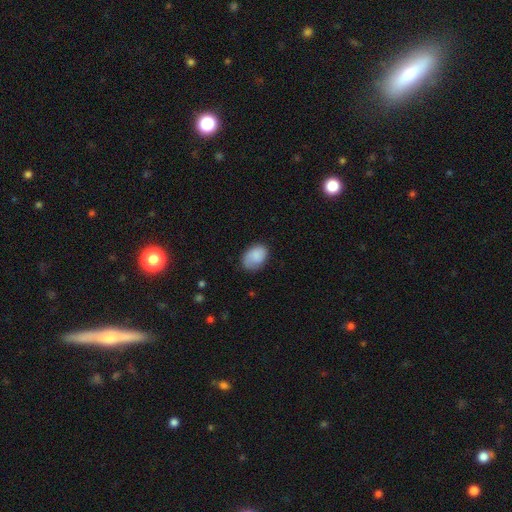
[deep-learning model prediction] Overall: smooth (84%). How rounded: in between (82%). Merging: none (70%).